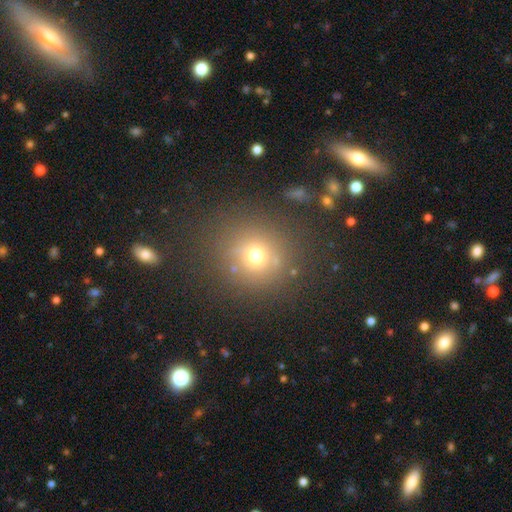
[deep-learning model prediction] The model was most divided on "smooth or featured": smooth: 67%, star or artifact: 21%, featured or disk: 12%. More confident: how rounded — round (89%); merging — none (80%).